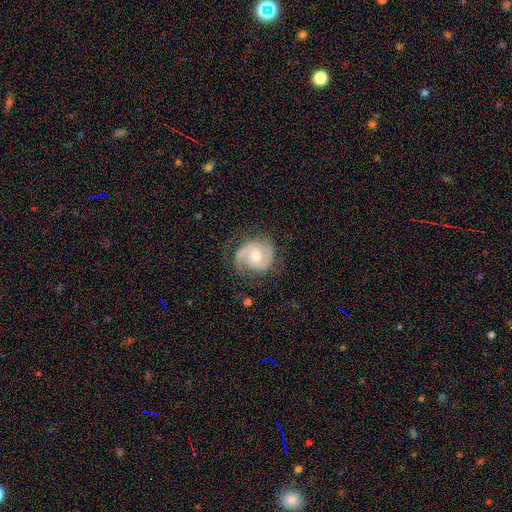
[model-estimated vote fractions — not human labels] Q: Smooth or featured?
A: featured or disk (83%); runner-up: smooth (11%)
Q: Edge-on disk?
A: no (98%); runner-up: yes (2%)
Q: Bar?
A: no (61%); runner-up: weak (33%)
Q: Spiral arms?
A: yes (95%); runner-up: no (5%)
Q: Spiral winding?
A: medium (43%); tied with: tight (43%)
Q: Spiral arm count?
A: 2 (79%); runner-up: 1 (9%)
Q: Bulge size?
A: moderate (69%); runner-up: small (24%)
Q: Merging?
A: none (70%); runner-up: minor disturbance (20%)